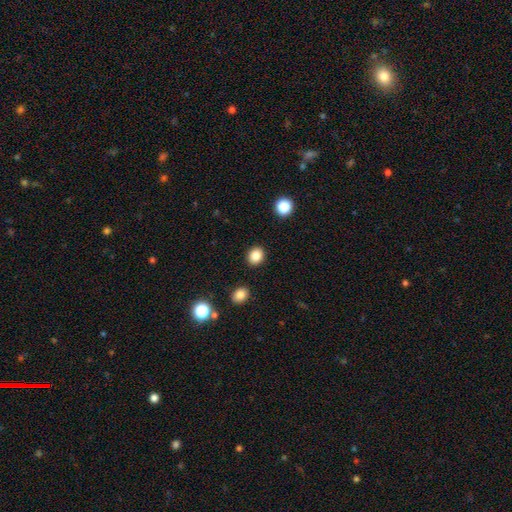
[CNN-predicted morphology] Q: Smooth or featured?
A: smooth (85%); runner-up: star or artifact (10%)
Q: How rounded?
A: round (70%); runner-up: in between (29%)
Q: Merging?
A: none (90%); runner-up: minor disturbance (6%)